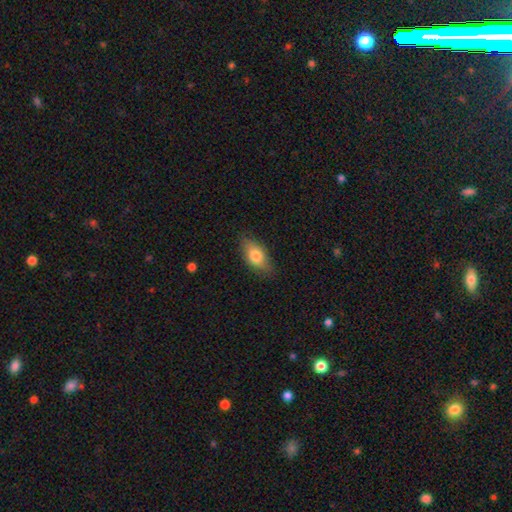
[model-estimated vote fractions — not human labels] Smooth or featured?
  - smooth: 77% *
  - featured or disk: 16%
  - star or artifact: 7%
How rounded?
  - in between: 88% *
  - round: 6%
  - cigar-shaped: 6%
Merging?
  - none: 82% *
  - minor disturbance: 14%
  - major disturbance: 3%
  - merger: 1%